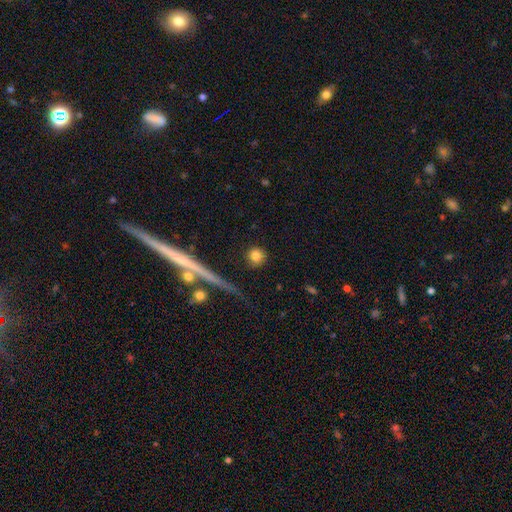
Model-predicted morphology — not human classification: Overall: smooth (81%). How rounded: round (92%). Merging: none (87%).